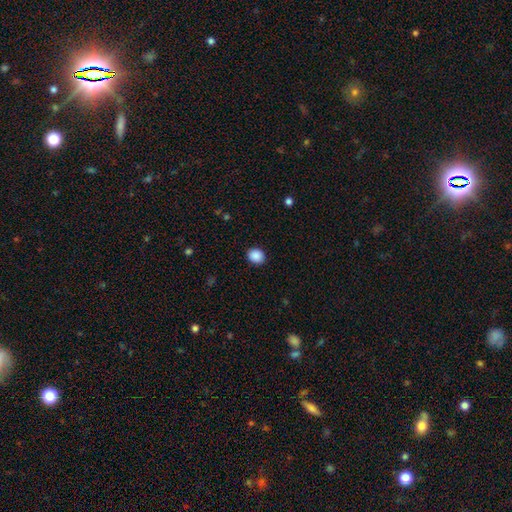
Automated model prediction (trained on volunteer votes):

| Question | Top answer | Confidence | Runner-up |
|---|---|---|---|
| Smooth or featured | smooth | 89% | star or artifact (8%) |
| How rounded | round | 66% | in between (33%) |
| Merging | none | 90% | minor disturbance (7%) |